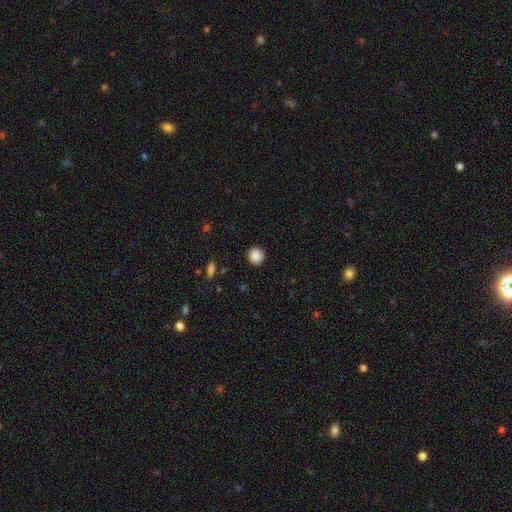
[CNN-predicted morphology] A smooth galaxy with no disk features (88%) that is round (91%). Merging: none (90%).